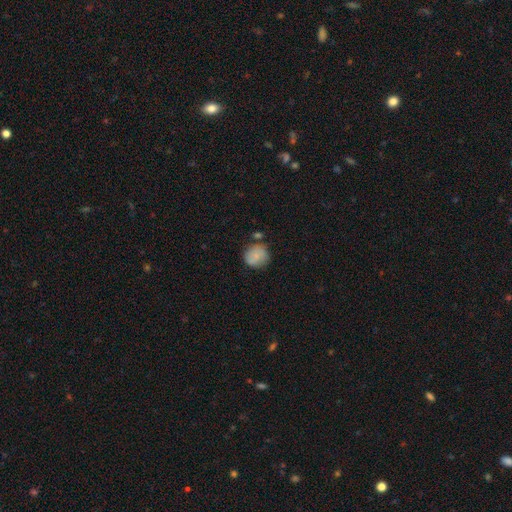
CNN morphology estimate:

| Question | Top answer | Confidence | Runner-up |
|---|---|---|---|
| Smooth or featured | smooth | 76% | featured or disk (16%) |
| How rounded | round | 86% | in between (13%) |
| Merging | none | 67% | minor disturbance (20%) |